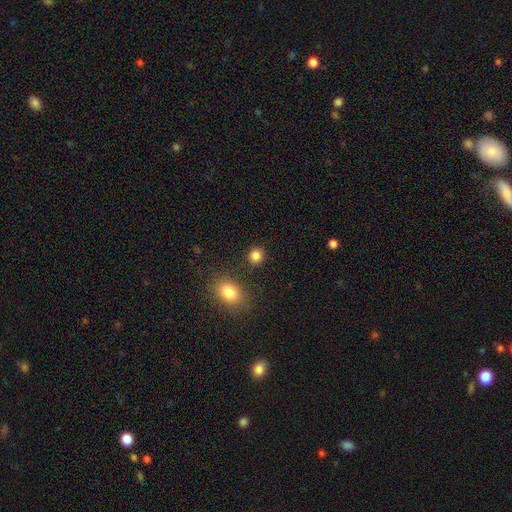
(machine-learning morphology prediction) Smooth or featured? smooth (85%)
How rounded? round (84%)
Merging? none (87%)